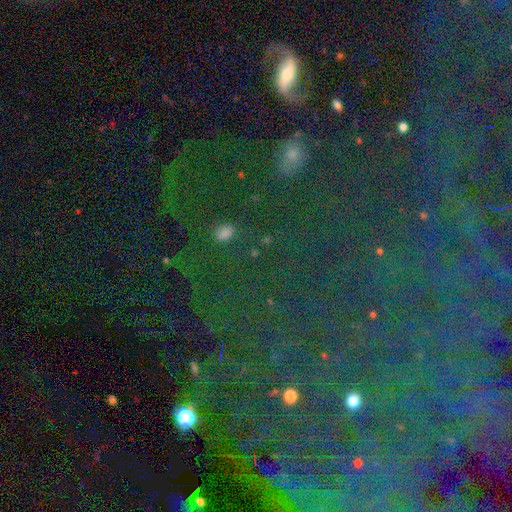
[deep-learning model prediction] A star or artifact, not a galaxy (63%).

Vote fractions:
- Smooth or featured? star or artifact: 63% / smooth: 21% / featured or disk: 16%